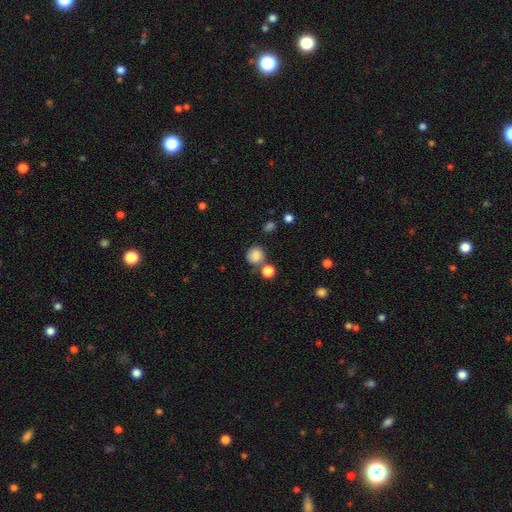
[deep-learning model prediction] Smooth or featured: smooth — 84% (star or artifact — 10%)
How rounded: round — 85% (in between — 14%)
Merging: none — 68% (merger — 15%)